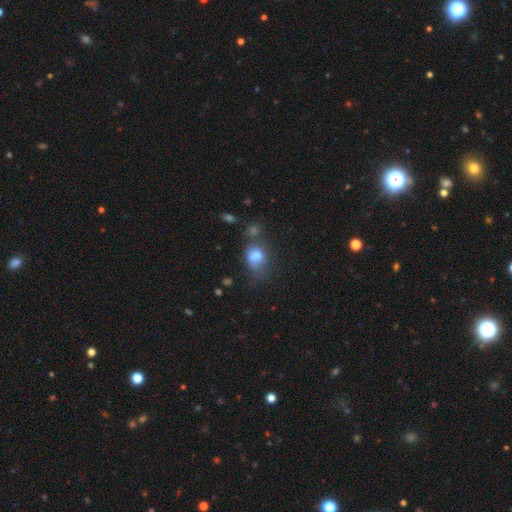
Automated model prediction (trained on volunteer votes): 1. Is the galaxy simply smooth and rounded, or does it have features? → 72% smooth, 17% featured or disk, 11% star or artifact.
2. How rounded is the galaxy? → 60% in between, 38% round, 1% cigar-shaped.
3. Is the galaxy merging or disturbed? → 35% none, 26% minor disturbance, 22% merger, 17% major disturbance.